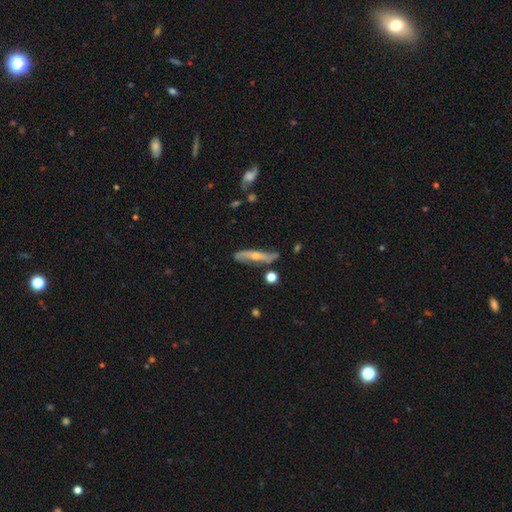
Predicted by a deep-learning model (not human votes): Overall: featured or disk (65%; smooth 28%). Edge-on disk: yes (52%; no 48%). Merging: none (73%).